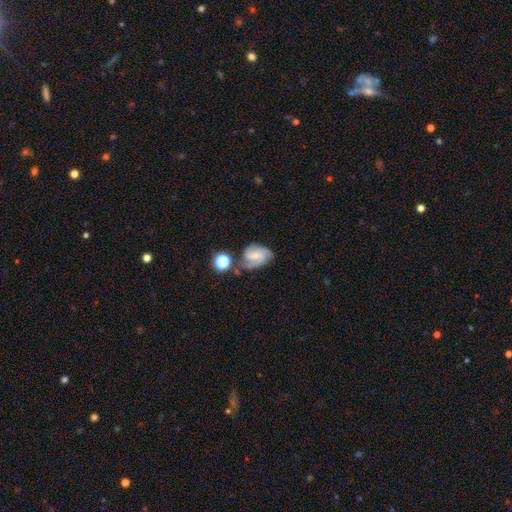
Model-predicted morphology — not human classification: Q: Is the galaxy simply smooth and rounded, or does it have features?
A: featured or disk — 71%.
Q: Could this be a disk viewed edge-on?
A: no — 97%.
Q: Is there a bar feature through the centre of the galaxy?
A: no — 50%.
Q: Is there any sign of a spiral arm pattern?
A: yes — 95%.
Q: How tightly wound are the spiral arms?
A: medium — 47%.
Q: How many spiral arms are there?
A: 2 — 39%.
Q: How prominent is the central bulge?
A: small — 52%.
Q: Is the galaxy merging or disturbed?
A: none — 51%.